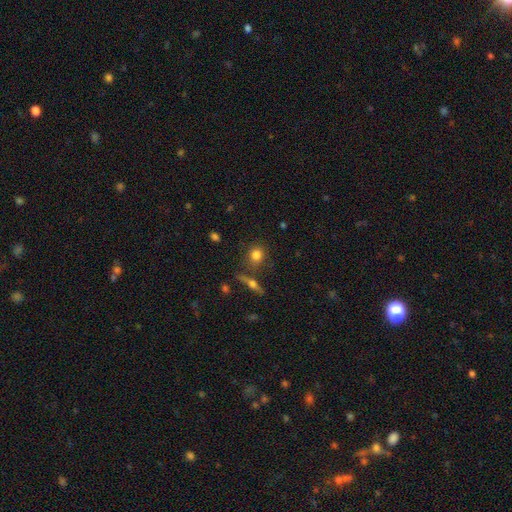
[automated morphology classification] smooth_or_featured: smooth (p=0.77) [alt: featured or disk p=0.12]
how_rounded: round (p=0.77) [alt: in between p=0.20]
merging: none (p=0.76) [alt: minor disturbance p=0.11]